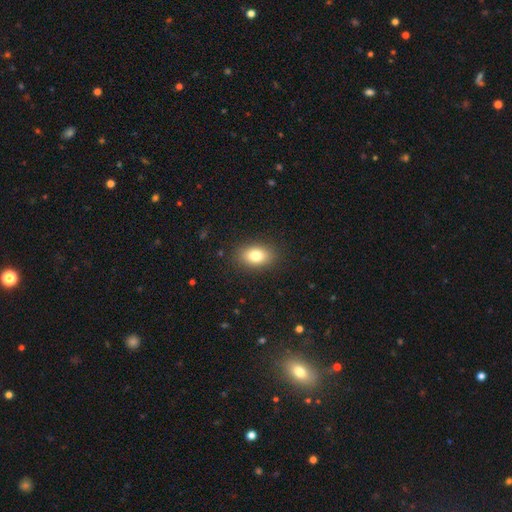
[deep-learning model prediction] smooth 80%, featured or disk 11%, star or artifact 9%. Down the decision tree: how rounded — in between (82%); merging — none (88%).